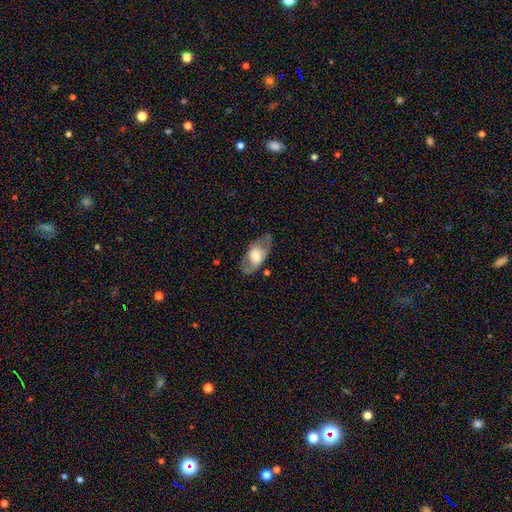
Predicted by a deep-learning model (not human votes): Smooth or featured? Predicted: featured or disk (p=0.49). Merging? Predicted: none (p=0.66).